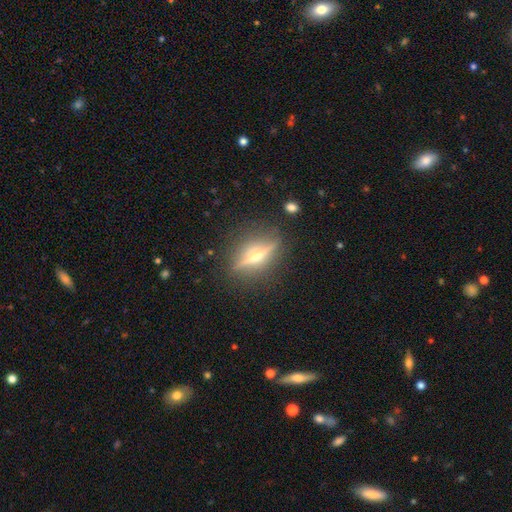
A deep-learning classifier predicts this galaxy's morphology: Smooth or featured: featured or disk — 77% (smooth — 15%)
Edge-on disk: yes — 92% (no — 8%)
Edge-on bulge: rounded — 92% (none — 5%)
Merging: none — 85% (minor disturbance — 10%)